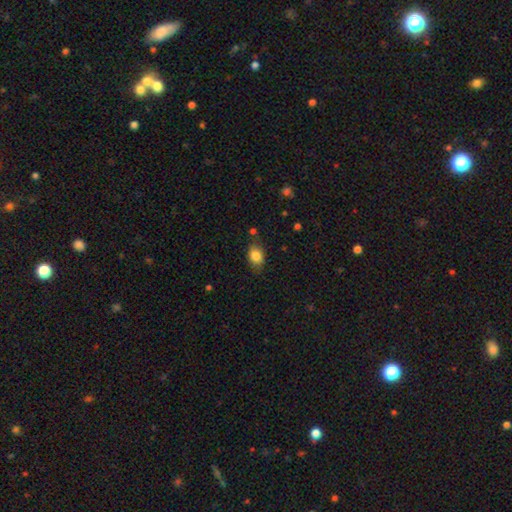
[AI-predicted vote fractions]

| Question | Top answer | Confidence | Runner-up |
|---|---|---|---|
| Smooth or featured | smooth | 84% | star or artifact (9%) |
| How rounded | in between | 75% | round (24%) |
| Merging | none | 77% | minor disturbance (17%) |